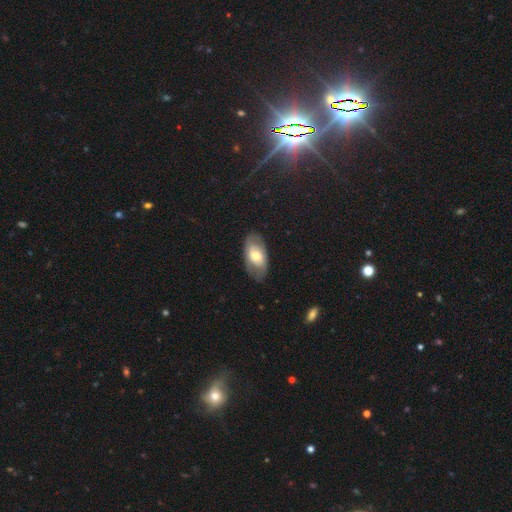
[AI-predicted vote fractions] Smooth or featured? Predicted: featured or disk (p=0.47). Merging? Predicted: none (p=0.74).